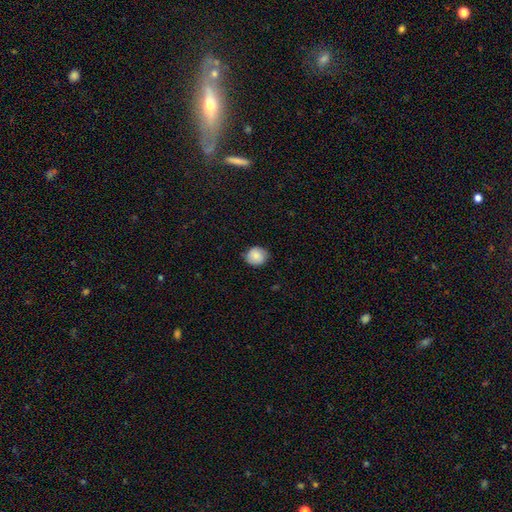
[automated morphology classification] Smooth or featured: smooth — 81% (featured or disk — 12%)
How rounded: round — 79% (in between — 21%)
Merging: none — 78% (minor disturbance — 18%)